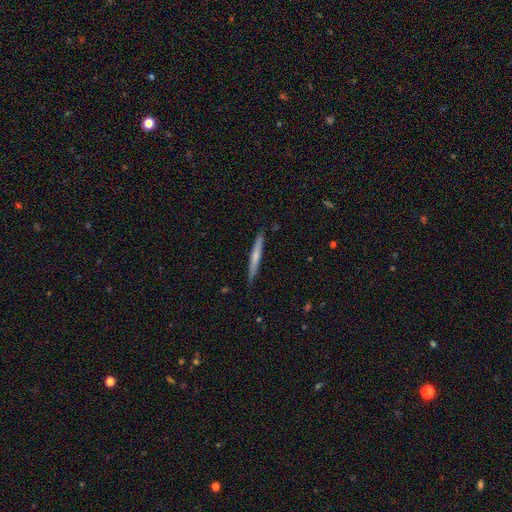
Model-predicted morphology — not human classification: This is possibly a smooth galaxy (56%). How rounded: clearly cigar-shaped (96%). Merging: clearly none (89%).